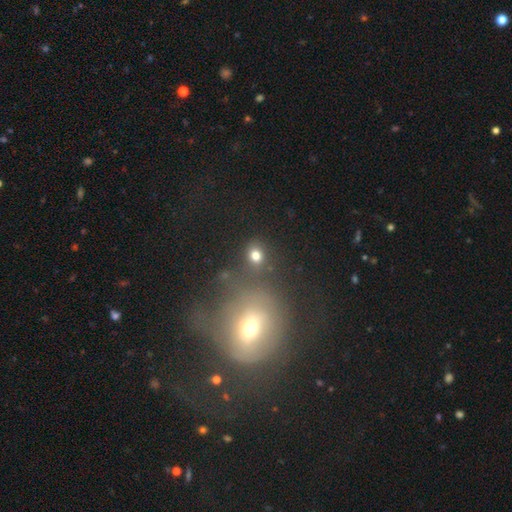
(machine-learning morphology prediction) A smooth galaxy with no disk features (77%) that is round (68%).

Vote fractions:
- Smooth or featured? smooth: 77% / star or artifact: 16% / featured or disk: 7%
- How rounded? round: 68% / in between: 31% / cigar-shaped: 1%
- Merging? none: 73% / merger: 11% / minor disturbance: 11% / major disturbance: 5%